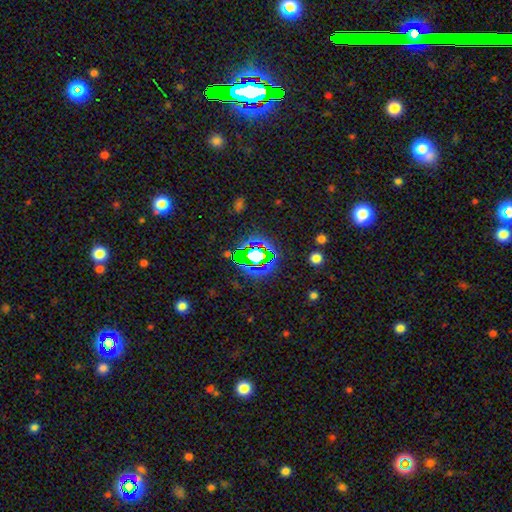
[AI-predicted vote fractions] Q: Smooth or featured?
A: star or artifact (66%); runner-up: smooth (22%)